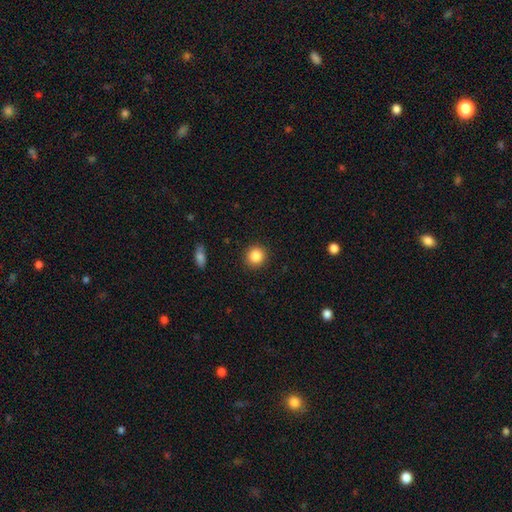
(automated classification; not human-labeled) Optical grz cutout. It shows a smooth galaxy with no disk features (85%) that is round (91%). Merging: none (91%).